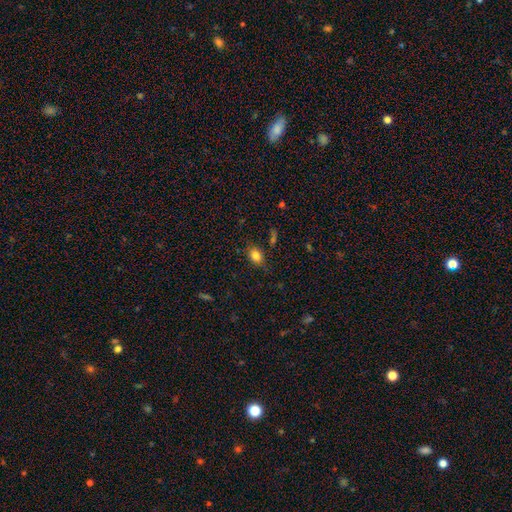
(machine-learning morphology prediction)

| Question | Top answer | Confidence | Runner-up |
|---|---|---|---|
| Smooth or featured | smooth | 81% | star or artifact (11%) |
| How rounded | in between | 63% | round (35%) |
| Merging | none | 74% | minor disturbance (18%) |